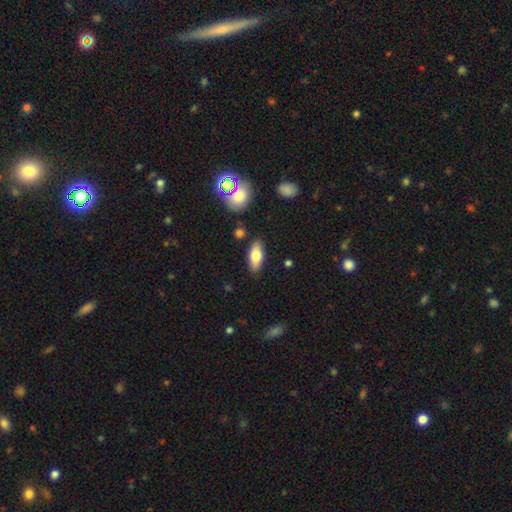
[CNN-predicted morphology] Smooth or featured?
  - smooth: 76% *
  - featured or disk: 17%
  - star or artifact: 7%
How rounded?
  - in between: 83% *
  - cigar-shaped: 13%
  - round: 3%
Merging?
  - none: 84% *
  - minor disturbance: 11%
  - merger: 3%
  - major disturbance: 2%